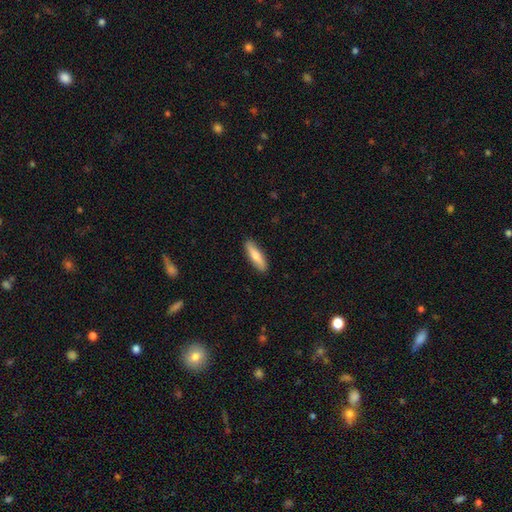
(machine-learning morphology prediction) Overall: smooth (75%). How rounded: cigar-shaped (70%). Merging: none (89%).